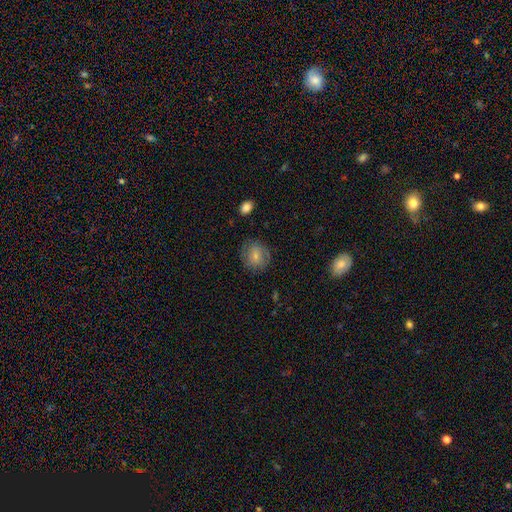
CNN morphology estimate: Smooth or featured? Predicted: smooth (p=0.66). How rounded? Predicted: round (p=0.77). Merging? Predicted: none (p=0.78).